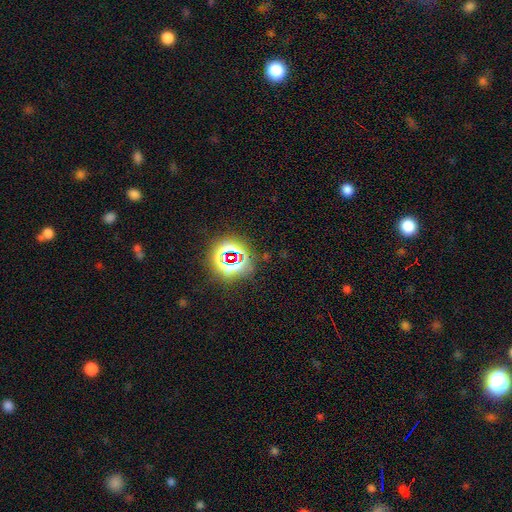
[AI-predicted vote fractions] star or artifact 76%, smooth 16%, featured or disk 8%.